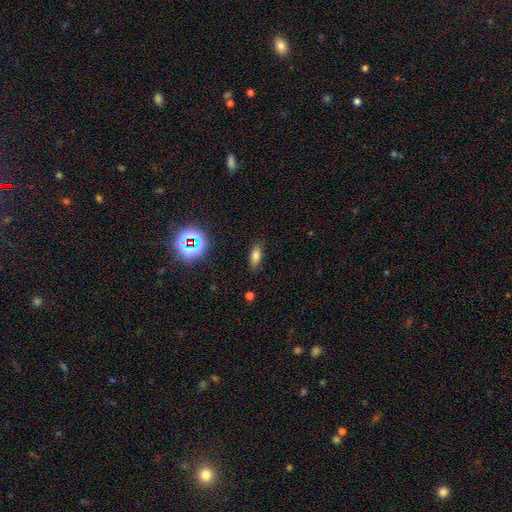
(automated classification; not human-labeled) Q: Smooth or featured?
A: smooth (72%); runner-up: star or artifact (15%)
Q: How rounded?
A: in between (77%); runner-up: cigar-shaped (19%)
Q: Merging?
A: none (82%); runner-up: minor disturbance (13%)